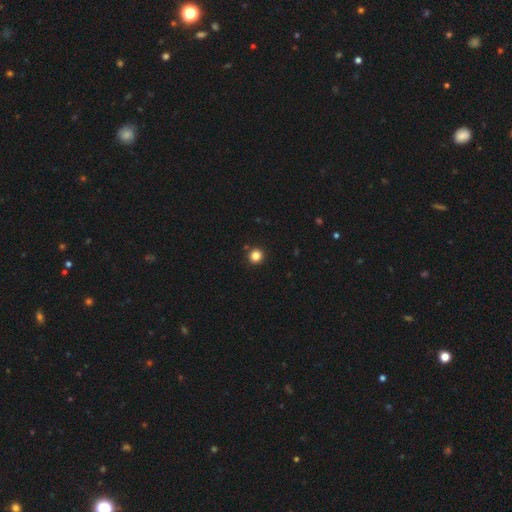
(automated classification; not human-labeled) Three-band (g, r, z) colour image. It shows a smooth galaxy with no disk features (84%) that is round (94%). Merging: none (91%).